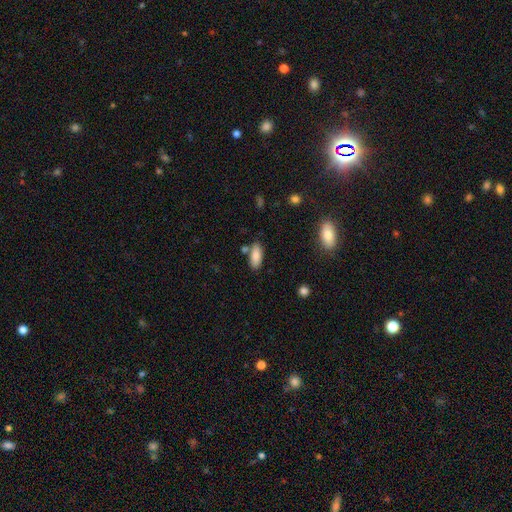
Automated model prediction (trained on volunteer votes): smooth-or-featured: smooth: 84% | featured or disk: 9% | star or artifact: 7%
  how-rounded: in between: 82% | cigar-shaped: 16% | round: 2%
  merging: none: 76% | minor disturbance: 13% | merger: 9% | major disturbance: 3%